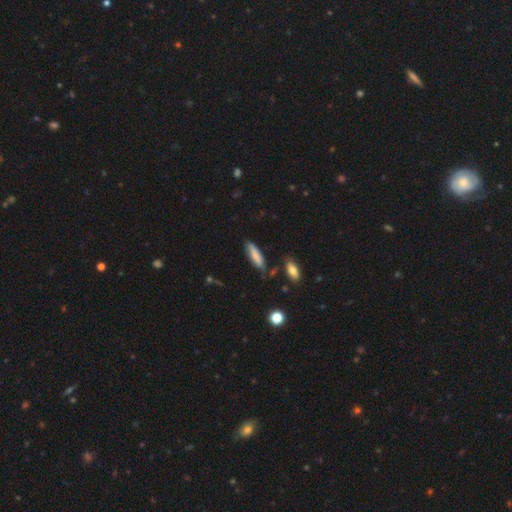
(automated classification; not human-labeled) This appears to be a smooth galaxy with no disk features (74%) that is cigar-shaped (59%). Merging: none (72%).